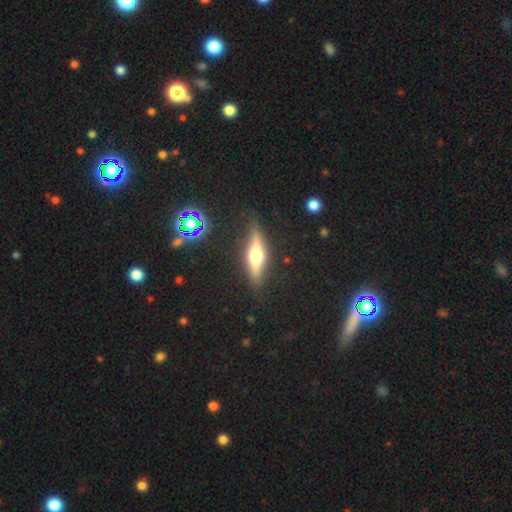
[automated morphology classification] Q: Smooth or featured?
A: featured or disk (60%); runner-up: smooth (31%)
Q: Edge-on disk?
A: yes (92%); runner-up: no (8%)
Q: Edge-on bulge?
A: rounded (93%); runner-up: boxy (5%)
Q: Merging?
A: none (85%); runner-up: minor disturbance (11%)